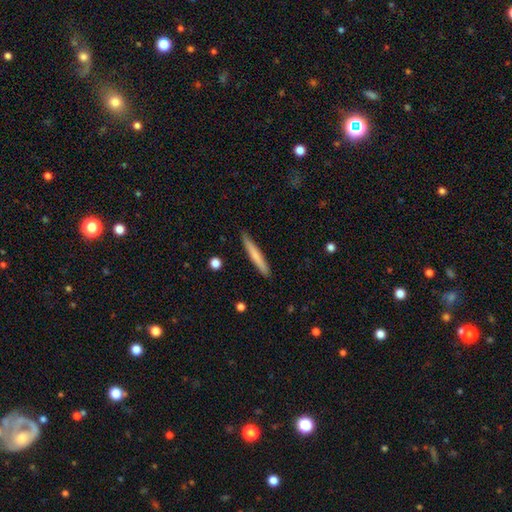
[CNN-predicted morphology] This appears to be a smooth galaxy with no disk features (69%) that is cigar-shaped (96%). Merging: none (90%).